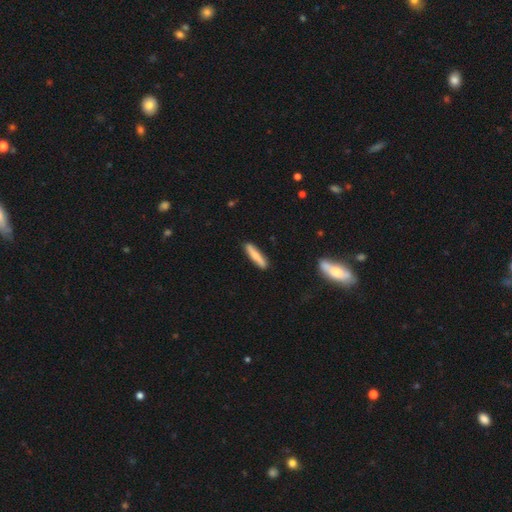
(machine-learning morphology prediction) This is likely a smooth galaxy (72%). How rounded: clearly cigar-shaped (88%). Merging: clearly none (88%).